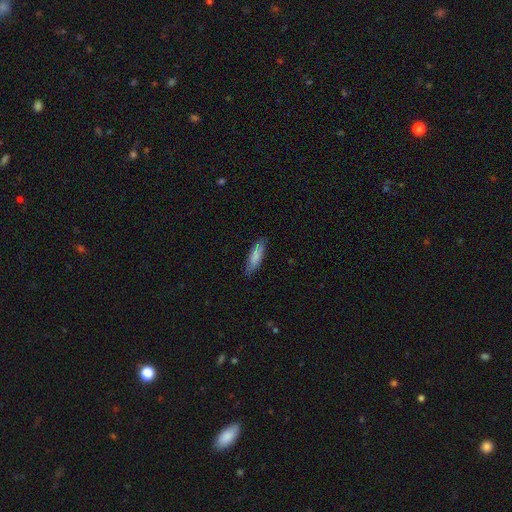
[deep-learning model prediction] smooth 78%, featured or disk 17%, star or artifact 6%. Down the decision tree: how rounded — cigar-shaped (54%); merging — none (81%).